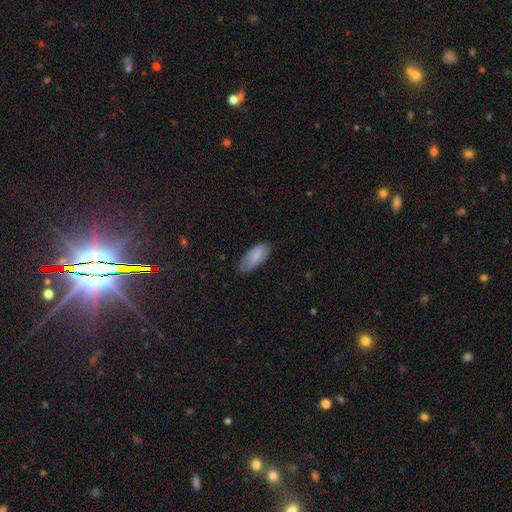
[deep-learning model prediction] Overall: smooth (79%). How rounded: in between (83%). Merging: none (75%).